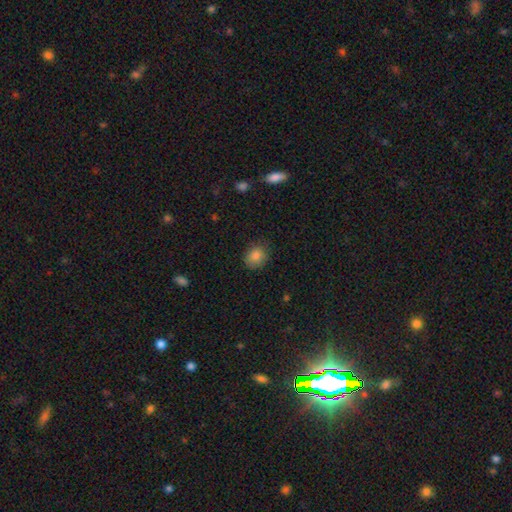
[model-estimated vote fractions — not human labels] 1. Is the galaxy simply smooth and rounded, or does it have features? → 84% smooth, 10% star or artifact, 5% featured or disk.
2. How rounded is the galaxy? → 68% round, 31% in between, 1% cigar-shaped.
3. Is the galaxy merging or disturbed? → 84% none, 12% minor disturbance, 3% major disturbance, 1% merger.